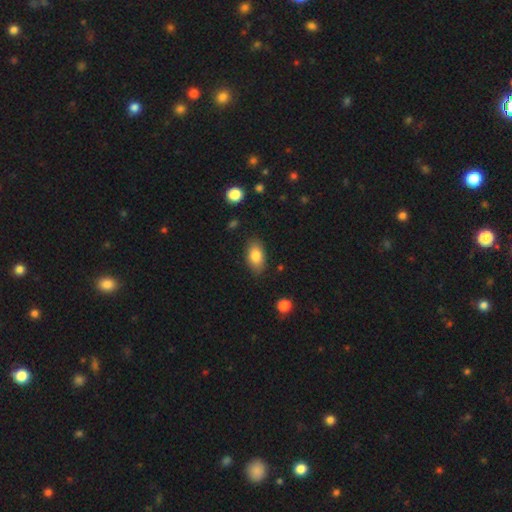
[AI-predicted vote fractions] smooth-or-featured: smooth: 83% | featured or disk: 10% | star or artifact: 7%
  how-rounded: in between: 91% | round: 6% | cigar-shaped: 3%
  merging: none: 82% | minor disturbance: 13% | major disturbance: 3% | merger: 2%